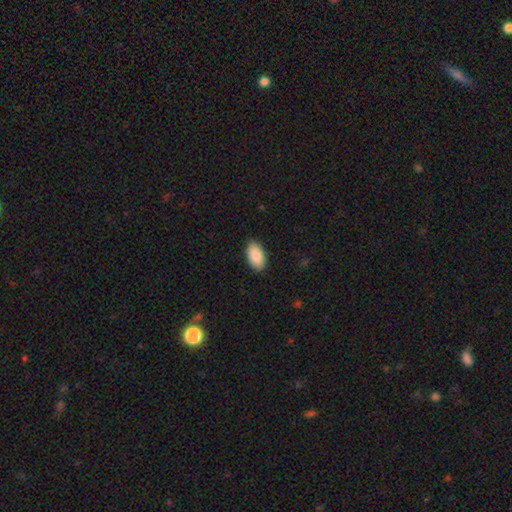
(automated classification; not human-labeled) The model was most divided on "merging": none: 89%, minor disturbance: 9%, major disturbance: 2%, merger: 1%. More confident: how rounded — in between (96%); smooth or featured — smooth (90%).